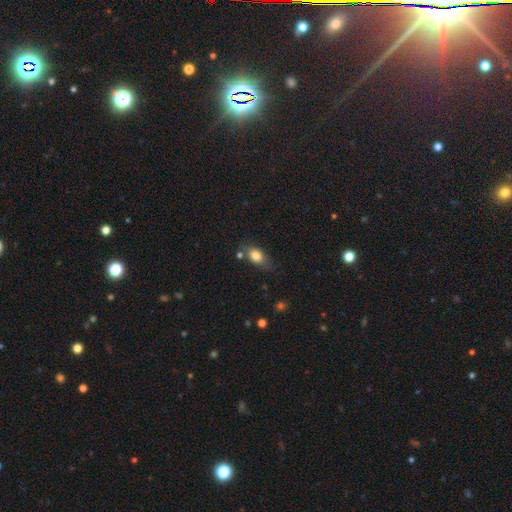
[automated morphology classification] A smooth galaxy with no disk features (80%) that is in between round and cigar-shaped (81%).

Vote fractions:
- Smooth or featured? smooth: 80% / featured or disk: 12% / star or artifact: 8%
- How rounded? in between: 81% / round: 13% / cigar-shaped: 5%
- Merging? none: 62% / minor disturbance: 24% / merger: 7% / major disturbance: 7%